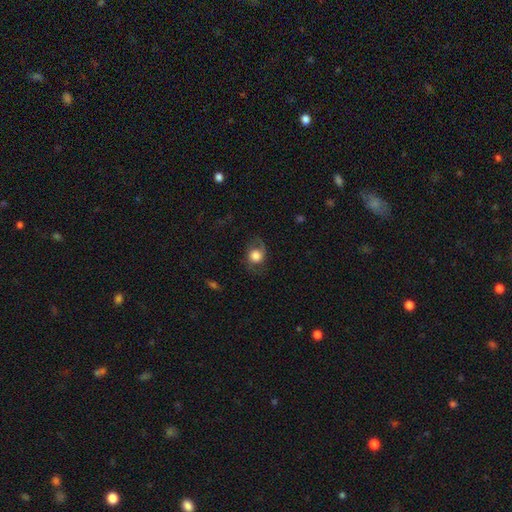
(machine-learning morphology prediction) Smooth or featured? smooth (57%)
How rounded? round (66%)
Merging? none (59%)